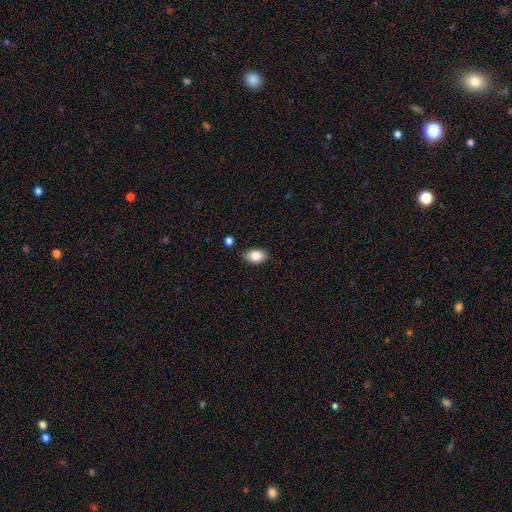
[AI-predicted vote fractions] Q: Smooth or featured?
A: smooth (84%); runner-up: featured or disk (8%)
Q: How rounded?
A: in between (87%); runner-up: round (11%)
Q: Merging?
A: none (83%); runner-up: minor disturbance (12%)